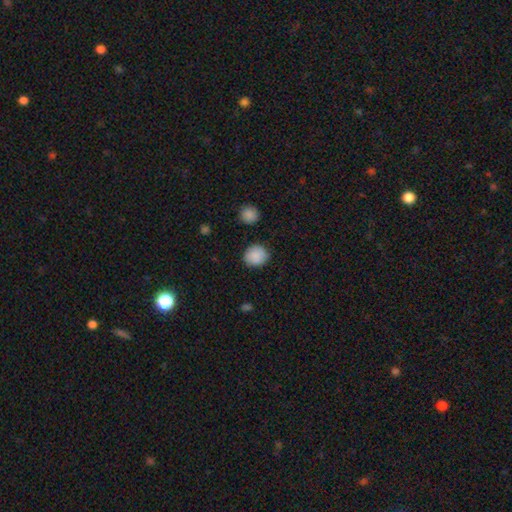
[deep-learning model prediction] A smooth galaxy with no disk features (88%) that is round (81%). Merging: none (84%).